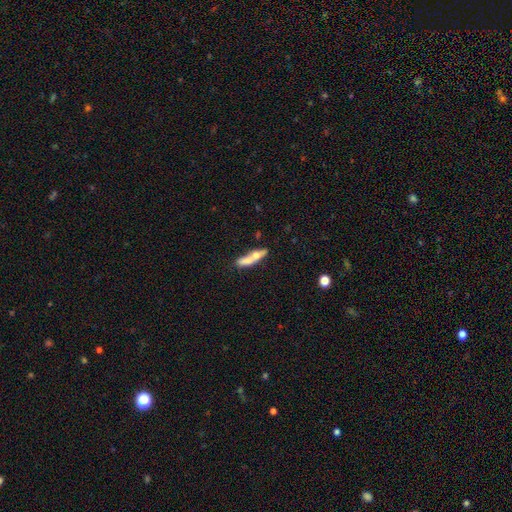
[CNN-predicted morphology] smooth_or_featured: smooth (p=0.54) [alt: featured or disk p=0.39]
how_rounded: cigar-shaped (p=0.63) [alt: in between p=0.32]
merging: merger (p=0.42) [alt: none p=0.36]